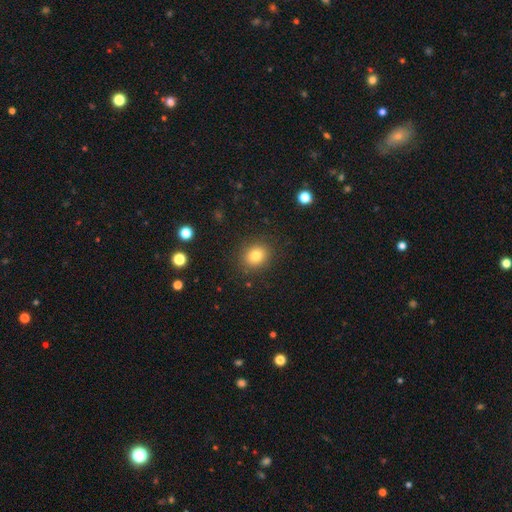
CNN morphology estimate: A smooth galaxy with no disk features (80%) that is round (71%).

Vote fractions:
- Smooth or featured? smooth: 80% / star or artifact: 12% / featured or disk: 8%
- How rounded? round: 71% / in between: 28% / cigar-shaped: 1%
- Merging? none: 87% / minor disturbance: 8% / major disturbance: 3% / merger: 1%